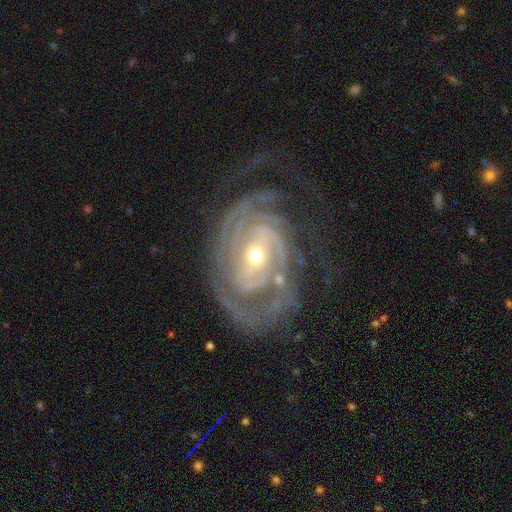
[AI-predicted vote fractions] smooth-or-featured: featured or disk: 91% | star or artifact: 5% | smooth: 4%
  disk-edge-on: no: 96% | yes: 4%
    bar: no: 42% | weak: 38% | strong: 21%
    has-spiral-arms: yes: 97% | no: 3%
      spiral-winding: tight: 73% | medium: 22% | loose: 5%
      spiral-arm-count: 2: 37% | can't tell: 21% | 3: 20% | 4: 10% | more than 4: 6% | 1: 6%
    bulge-size: small: 52% | moderate: 44% | large: 2% | none: 1% | dominant: 1%
  merging: none: 62% | minor disturbance: 19% | major disturbance: 17% | merger: 2%